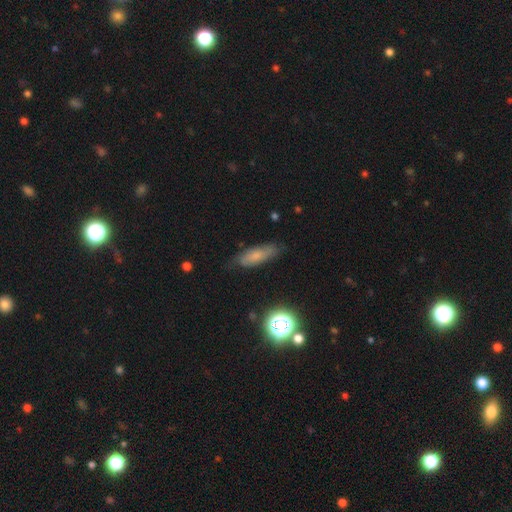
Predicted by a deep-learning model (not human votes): The model was most divided on "how rounded": in between: 53%, cigar-shaped: 44%, round: 4%. More confident: merging — none (75%); smooth or featured — smooth (66%).